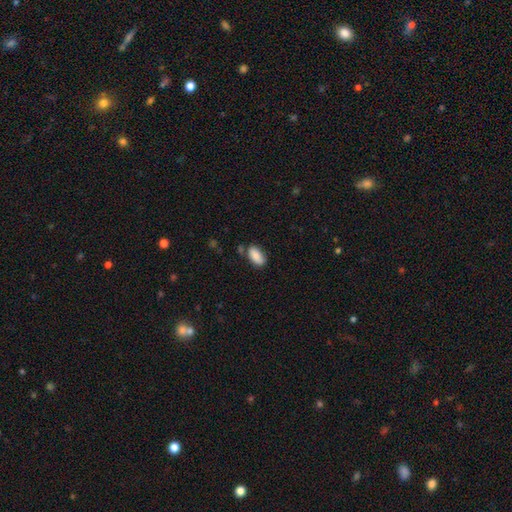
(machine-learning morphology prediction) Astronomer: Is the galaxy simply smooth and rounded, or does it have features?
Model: smooth — 85%.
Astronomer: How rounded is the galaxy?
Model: in between — 94%.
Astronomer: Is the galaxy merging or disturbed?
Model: none — 70%.